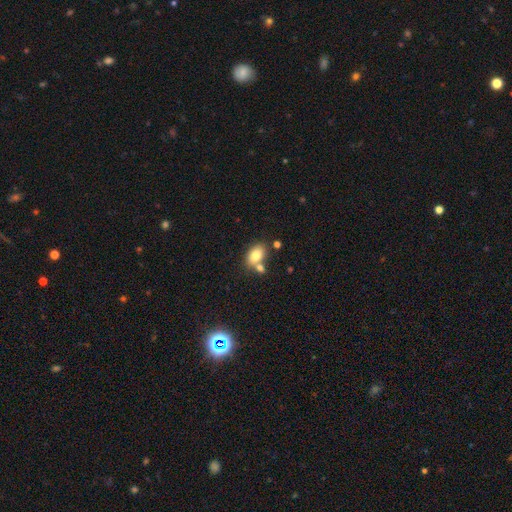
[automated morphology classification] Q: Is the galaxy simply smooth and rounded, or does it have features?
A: smooth — 80%.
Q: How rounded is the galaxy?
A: in between — 84%.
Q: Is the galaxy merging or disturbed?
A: none — 53%.